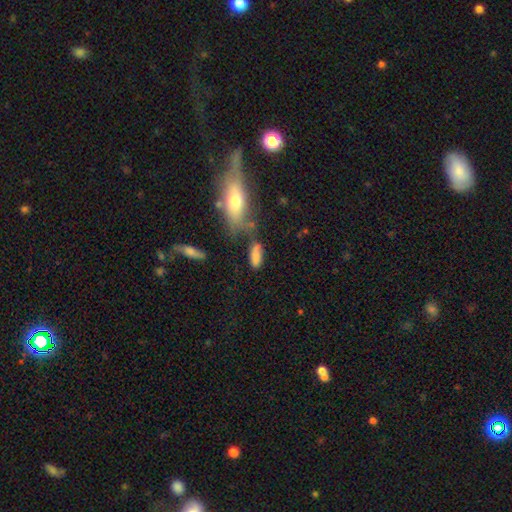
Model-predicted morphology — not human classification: type=smooth (78%); roundness=in between (74%); merging=none (52%).